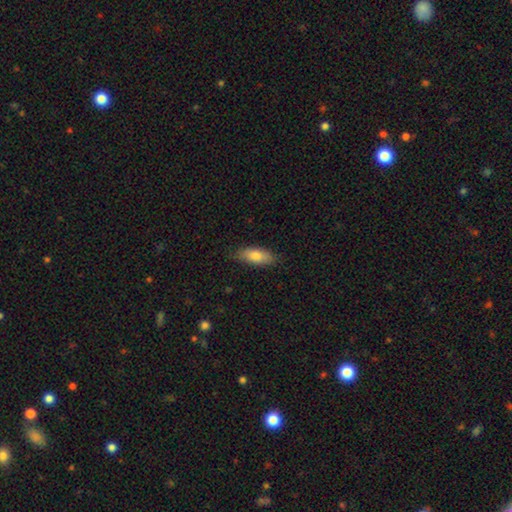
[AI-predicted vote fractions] This is likely a smooth galaxy (79%). How rounded: likely in between (75%). Merging: clearly none (83%).